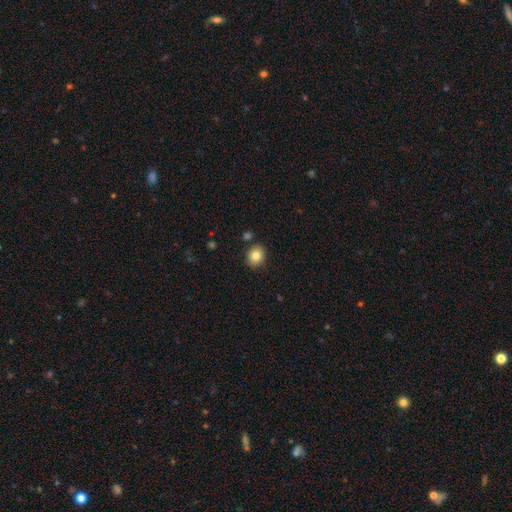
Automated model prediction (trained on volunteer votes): Smooth or featured?
  - smooth: 81% *
  - star or artifact: 10%
  - featured or disk: 9%
How rounded?
  - round: 69% *
  - in between: 30%
  - cigar-shaped: 1%
Merging?
  - none: 85% *
  - minor disturbance: 9%
  - merger: 4%
  - major disturbance: 2%